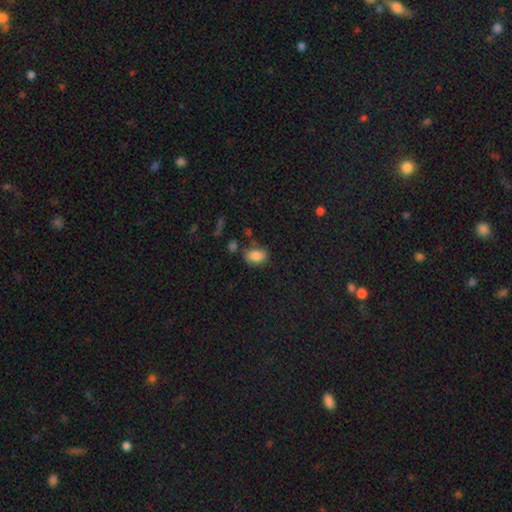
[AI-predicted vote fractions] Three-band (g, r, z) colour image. It shows a smooth galaxy with no disk features (81%) that is in between round and cigar-shaped (79%). Merging: none (62%).